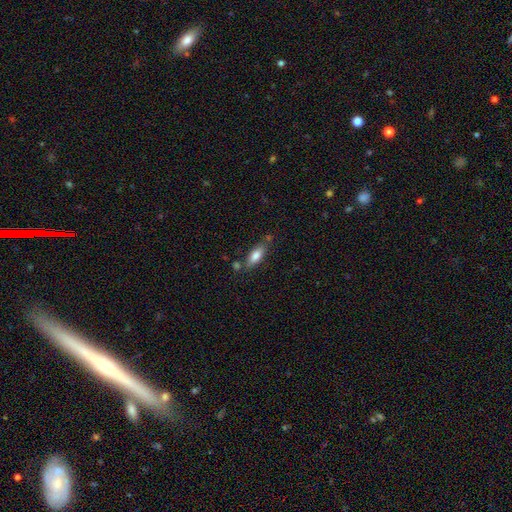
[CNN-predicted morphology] A smooth galaxy with no disk features (77%) that is in between round and cigar-shaped (72%). Merging: none (66%).